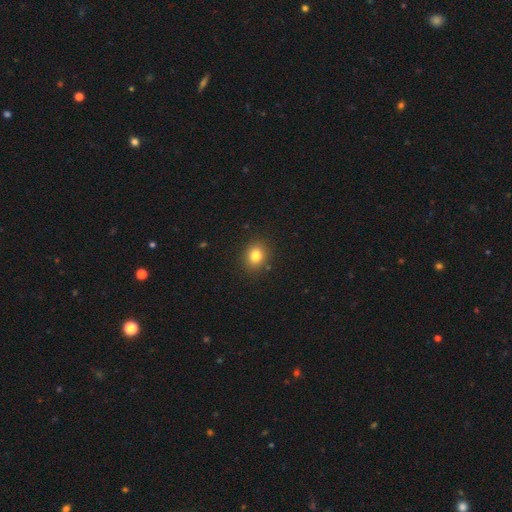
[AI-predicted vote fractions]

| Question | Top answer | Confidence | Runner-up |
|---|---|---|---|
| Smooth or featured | smooth | 82% | star or artifact (11%) |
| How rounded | round | 60% | in between (39%) |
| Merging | none | 87% | minor disturbance (9%) |